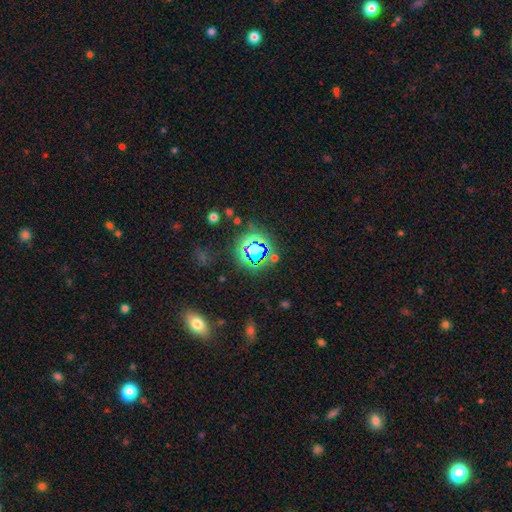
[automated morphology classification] star or artifact 71%, smooth 20%, featured or disk 9%.